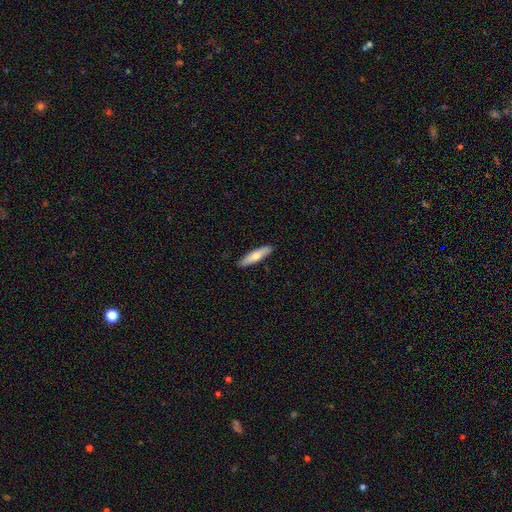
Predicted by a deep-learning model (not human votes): Morphology: type=smooth (67%); roundness=cigar-shaped (75%); merging=none (91%).